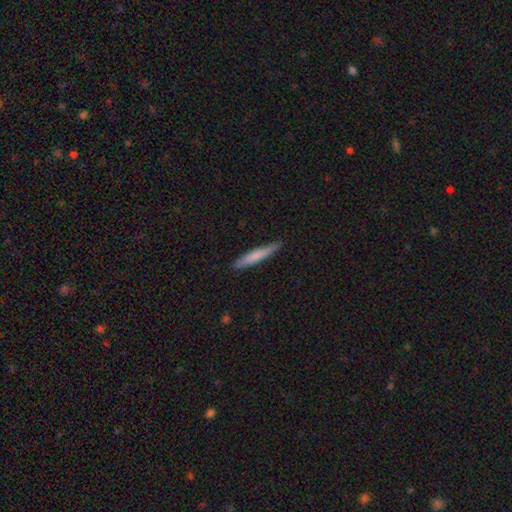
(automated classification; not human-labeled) Overall: smooth (70%). How rounded: cigar-shaped (95%). Merging: none (87%).